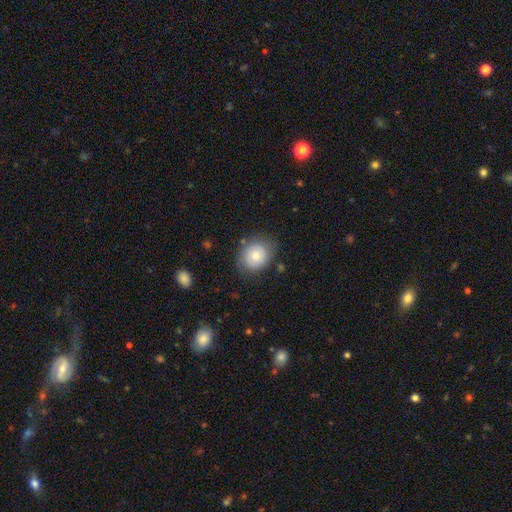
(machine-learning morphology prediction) smooth 68%, featured or disk 24%, star or artifact 8%. Down the decision tree: how rounded — round (68%); merging — none (76%).